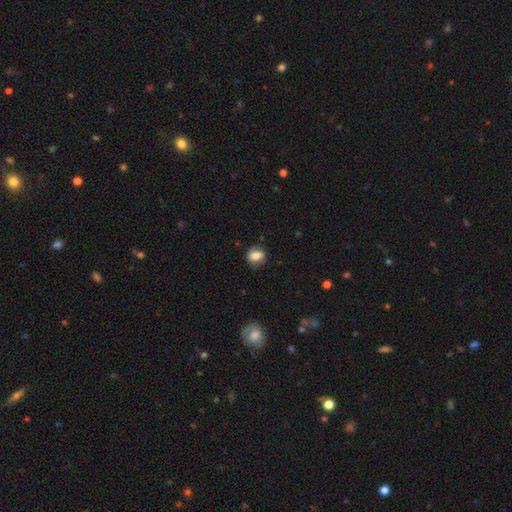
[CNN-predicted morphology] Overall: smooth (73%). How rounded: in between (56%; round 42%). Merging: none (75%).